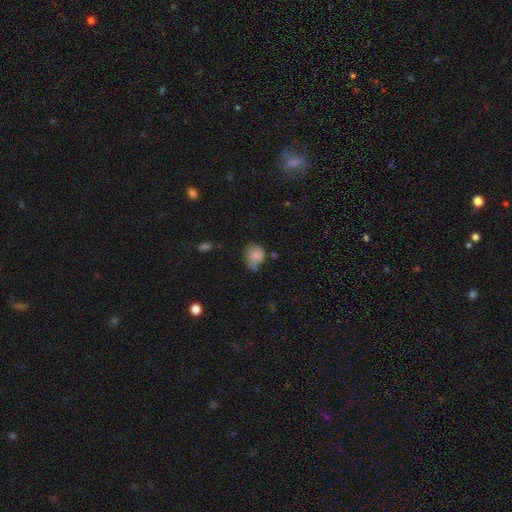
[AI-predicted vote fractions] Overall: smooth (68%). How rounded: round (52%; in between 47%). Merging: none (38%; minor disturbance 37%).